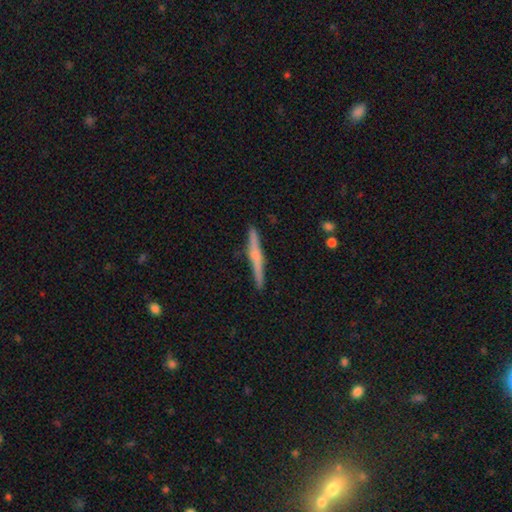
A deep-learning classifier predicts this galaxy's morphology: Smooth or featured? Predicted: featured or disk (p=0.61). Edge-on disk? Predicted: yes (p=0.98). Edge-on bulge? Predicted: rounded (p=0.60). Merging? Predicted: none (p=0.90).